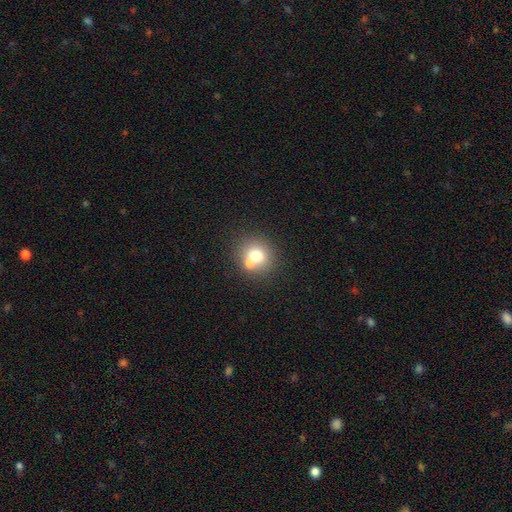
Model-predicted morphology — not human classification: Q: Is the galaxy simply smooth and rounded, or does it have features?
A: smooth — 69%.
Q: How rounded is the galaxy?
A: round — 81%.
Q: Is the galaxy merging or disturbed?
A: none — 52%.